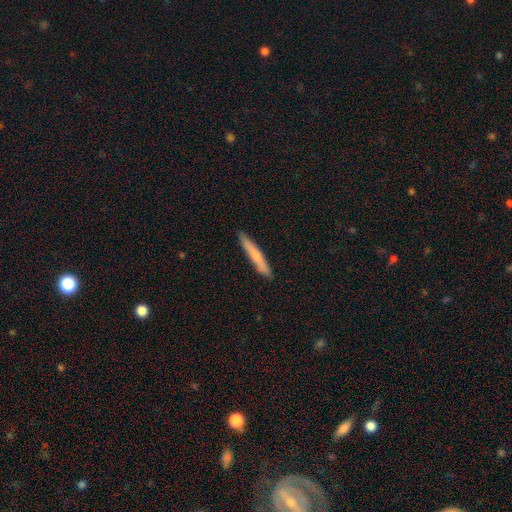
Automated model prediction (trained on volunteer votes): Smooth or featured? Predicted: smooth (p=0.65). How rounded? Predicted: cigar-shaped (p=0.95). Merging? Predicted: none (p=0.89).